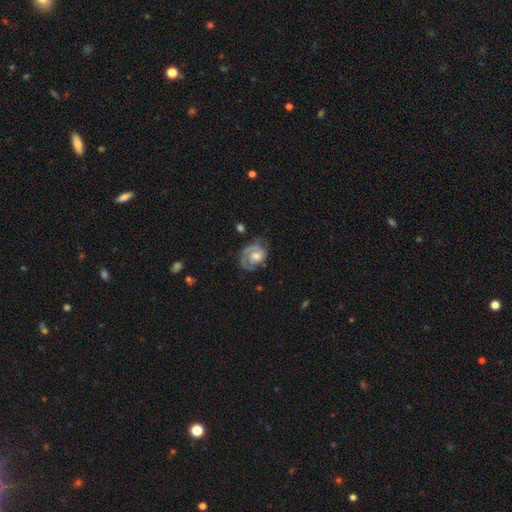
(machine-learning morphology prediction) featured or disk 73%, smooth 21%, star or artifact 6%. Down the decision tree: edge-on disk — no (97%); bar — no (68%); spiral arms — yes (88%); spiral arm count — 2 (40%); spiral winding — tight (53%); bulge size — moderate (56%); merging — none (56%).